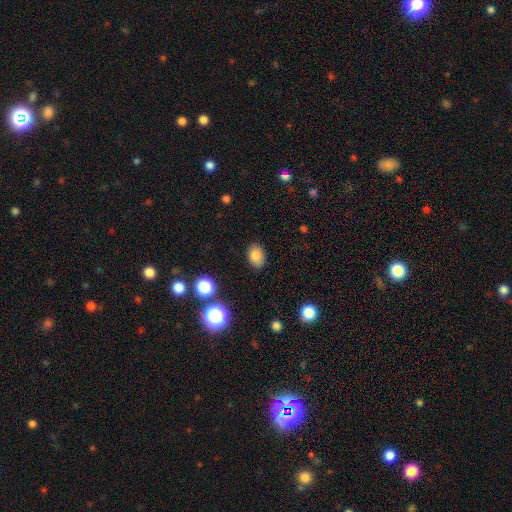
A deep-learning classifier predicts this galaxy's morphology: type=smooth (84%); roundness=in between (78%); merging=none (85%).